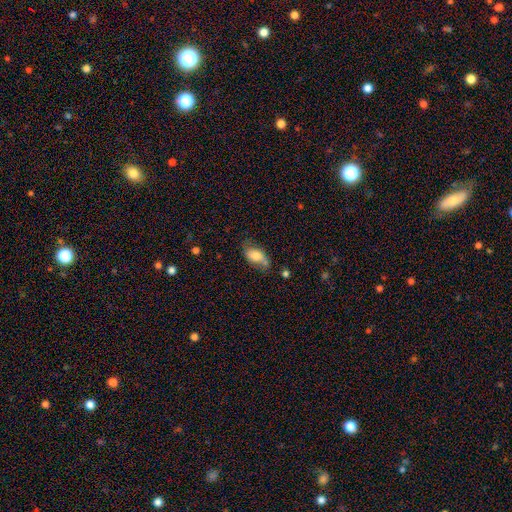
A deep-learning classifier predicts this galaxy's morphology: Smooth or featured?
  - smooth: 72% *
  - featured or disk: 20%
  - star or artifact: 8%
How rounded?
  - in between: 89% *
  - round: 7%
  - cigar-shaped: 4%
Merging?
  - none: 52% *
  - minor disturbance: 29%
  - major disturbance: 10%
  - merger: 9%